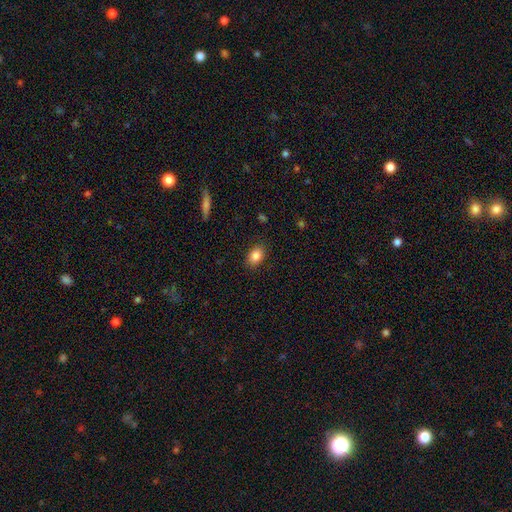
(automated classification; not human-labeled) Q: Smooth or featured?
A: smooth (86%); runner-up: star or artifact (9%)
Q: How rounded?
A: in between (81%); runner-up: round (18%)
Q: Merging?
A: none (87%); runner-up: minor disturbance (9%)